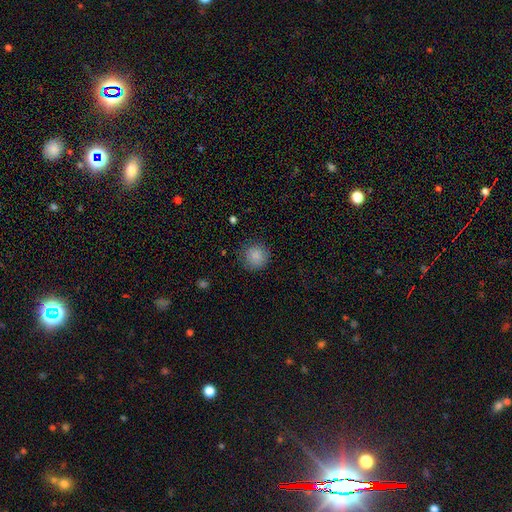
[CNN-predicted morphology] smooth_or_featured: smooth (p=0.86) [alt: star or artifact p=0.09]
how_rounded: round (p=0.93) [alt: in between p=0.06]
merging: none (p=0.84) [alt: minor disturbance p=0.12]